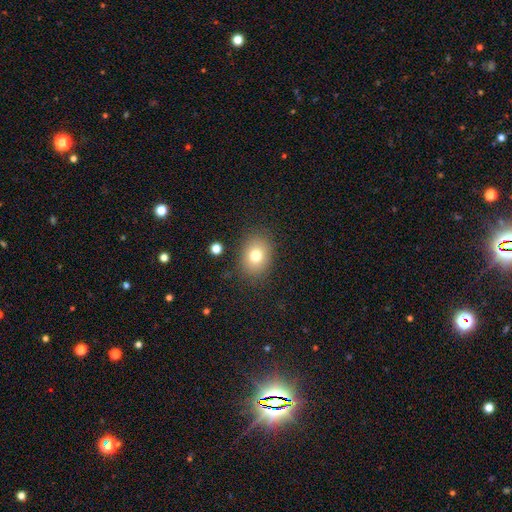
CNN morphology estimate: A smooth galaxy with no disk features (77%) that is in between round and cigar-shaped (58%).

Vote fractions:
- Smooth or featured? smooth: 77% / star or artifact: 12% / featured or disk: 11%
- How rounded? in between: 58% / round: 42% / cigar-shaped: 1%
- Merging? none: 84% / minor disturbance: 10% / major disturbance: 4% / merger: 2%